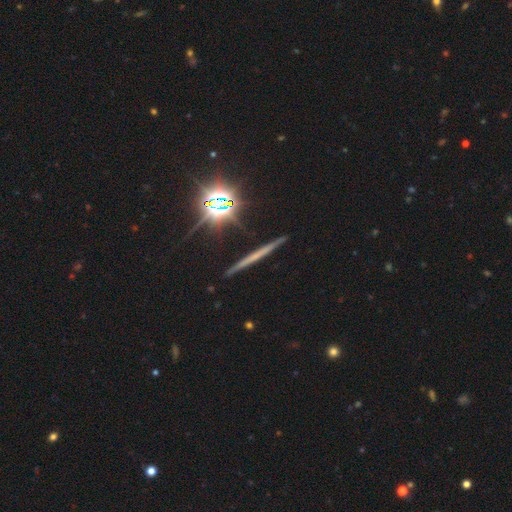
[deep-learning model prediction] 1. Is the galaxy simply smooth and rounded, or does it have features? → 50% featured or disk, 28% smooth, 22% star or artifact.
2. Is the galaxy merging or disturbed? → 88% none, 8% minor disturbance, 2% merger, 2% major disturbance.